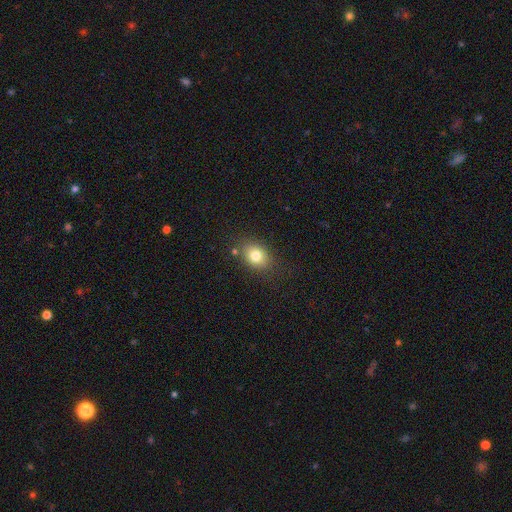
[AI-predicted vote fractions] smooth-or-featured: smooth: 79% | featured or disk: 11% | star or artifact: 11%
  how-rounded: in between: 62% | round: 37% | cigar-shaped: 1%
  merging: none: 78% | minor disturbance: 14% | major disturbance: 4% | merger: 4%